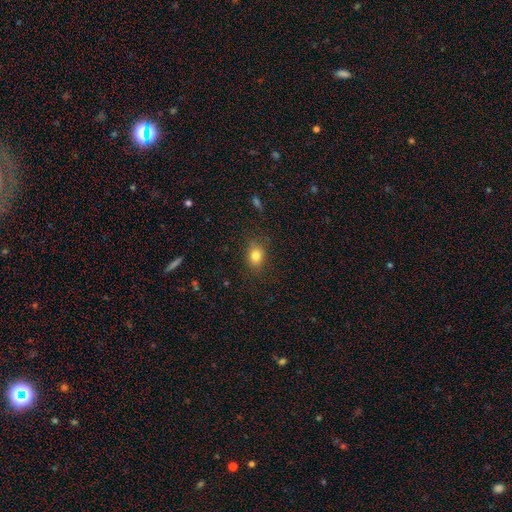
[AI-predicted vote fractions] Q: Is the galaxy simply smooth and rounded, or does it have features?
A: smooth — 81%.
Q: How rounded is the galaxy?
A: in between — 55%.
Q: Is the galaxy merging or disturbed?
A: none — 81%.